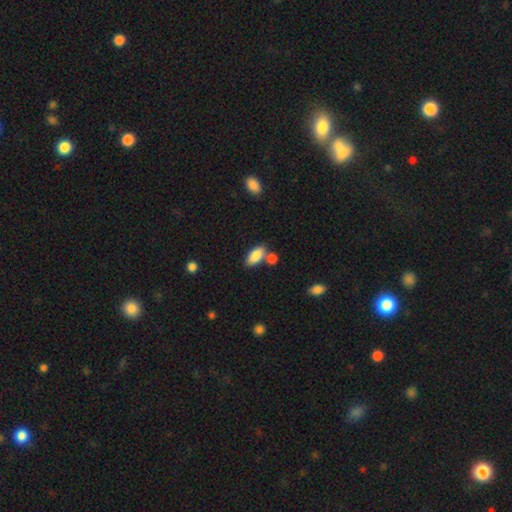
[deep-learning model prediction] Smooth or featured?
  - smooth: 85% *
  - featured or disk: 8%
  - star or artifact: 7%
How rounded?
  - in between: 88% *
  - cigar-shaped: 9%
  - round: 3%
Merging?
  - none: 64% *
  - merger: 20%
  - minor disturbance: 12%
  - major disturbance: 3%